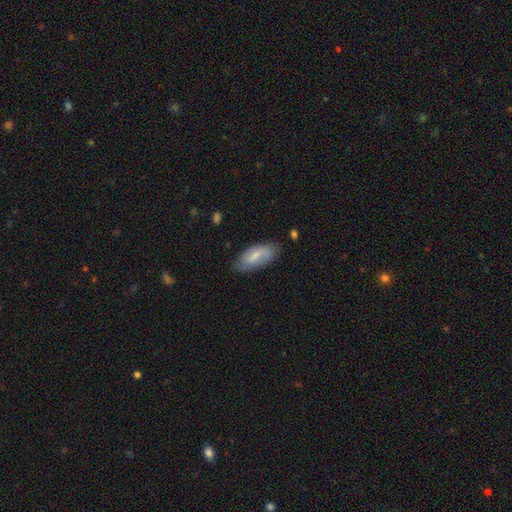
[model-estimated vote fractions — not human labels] Smooth or featured: smooth — 52% (featured or disk — 42%)
How rounded: in between — 87% (cigar-shaped — 10%)
Merging: none — 72% (minor disturbance — 21%)